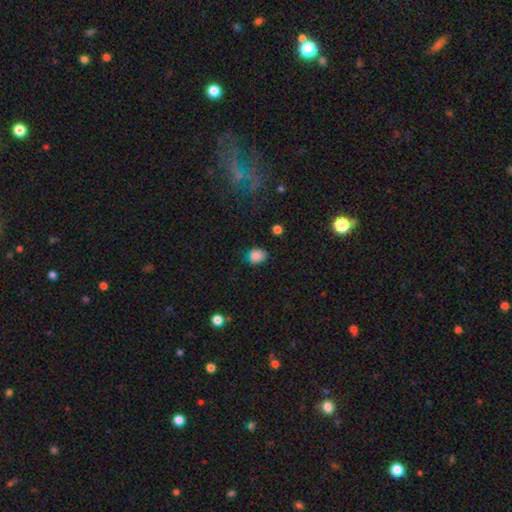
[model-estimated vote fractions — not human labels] Smooth or featured? smooth (84%)
How rounded? in between (51%)
Merging? none (70%)